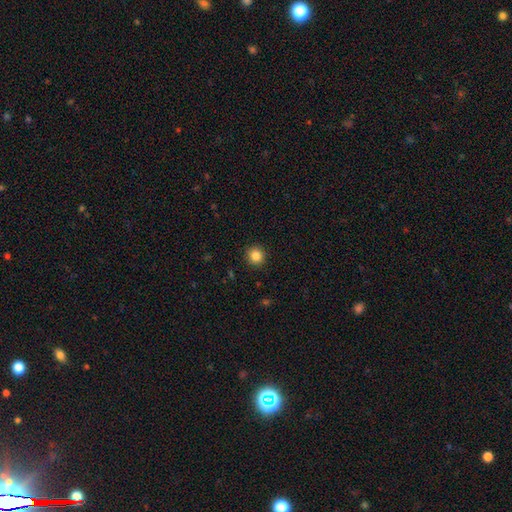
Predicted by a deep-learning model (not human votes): A smooth galaxy with no disk features (85%) that is round (93%). Merging: none (92%).